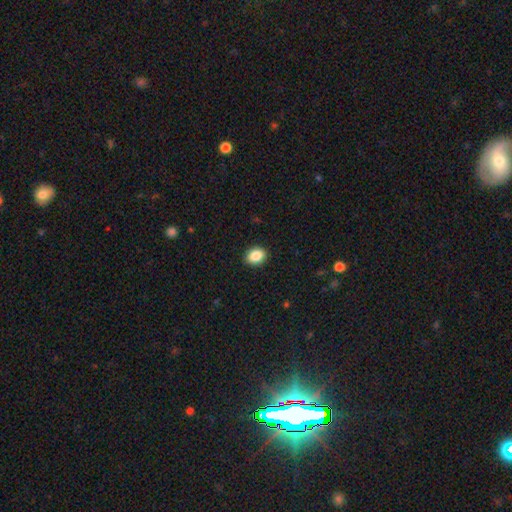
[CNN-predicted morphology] The model was most divided on "how rounded": in between: 63%, round: 36%, cigar-shaped: 1%. More confident: merging — none (91%); smooth or featured — smooth (88%).